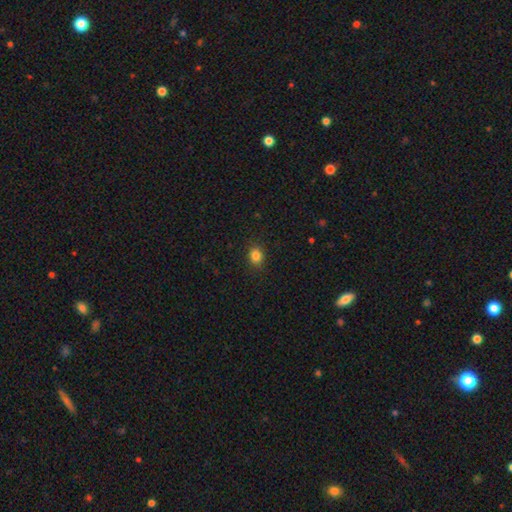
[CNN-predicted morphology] The model was most divided on "how rounded": round: 65%, in between: 34%, cigar-shaped: 1%. More confident: merging — none (88%); smooth or featured — smooth (83%).